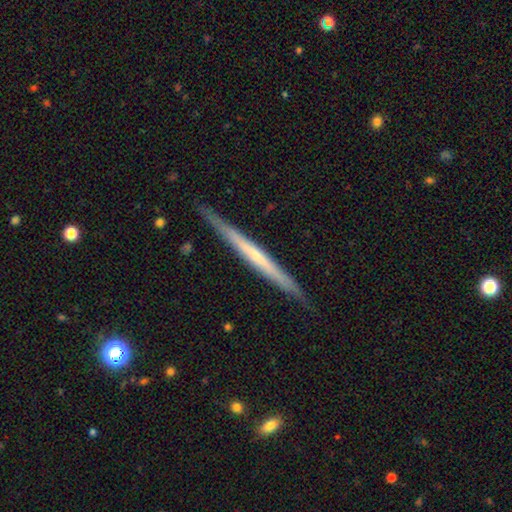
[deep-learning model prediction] This appears to be a featured or disk galaxy (67%) viewed edge-on (97%) with no central bulge (65%). Merging: none (89%).